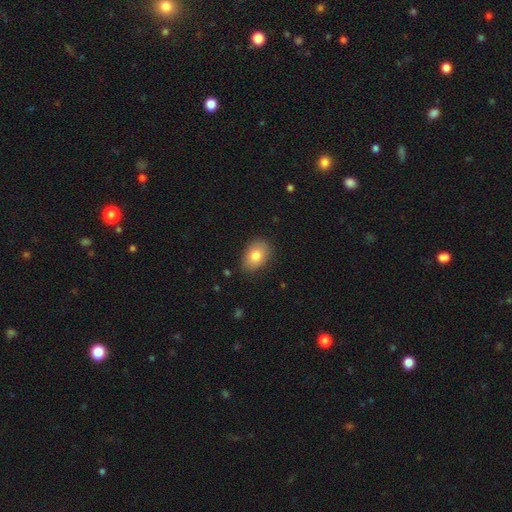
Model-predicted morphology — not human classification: A smooth galaxy with no disk features (80%) that is in between round and cigar-shaped (82%).

Vote fractions:
- Smooth or featured? smooth: 80% / featured or disk: 12% / star or artifact: 8%
- How rounded? in between: 82% / round: 17% / cigar-shaped: 1%
- Merging? none: 82% / minor disturbance: 14% / major disturbance: 3% / merger: 1%